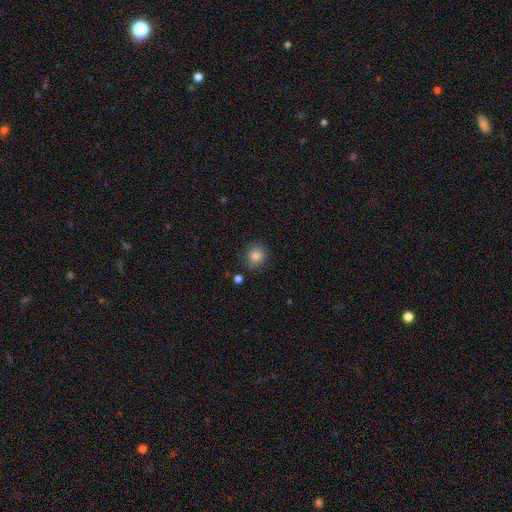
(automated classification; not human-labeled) Smooth or featured? smooth (85%)
How rounded? round (84%)
Merging? none (80%)